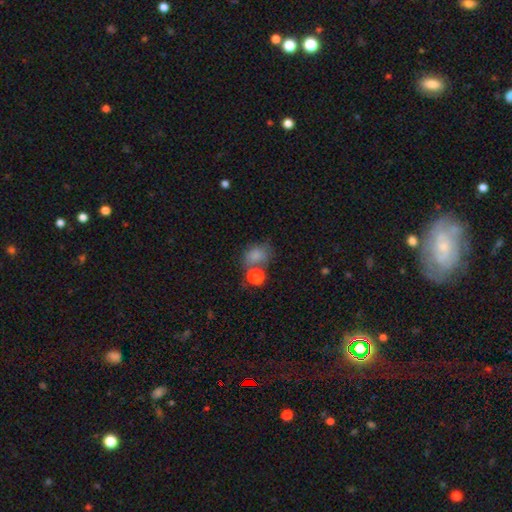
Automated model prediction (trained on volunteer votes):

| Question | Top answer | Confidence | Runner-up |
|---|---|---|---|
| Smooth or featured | smooth | 77% | star or artifact (13%) |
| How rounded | in between | 59% | round (40%) |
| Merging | none | 44% | merger (24%) |